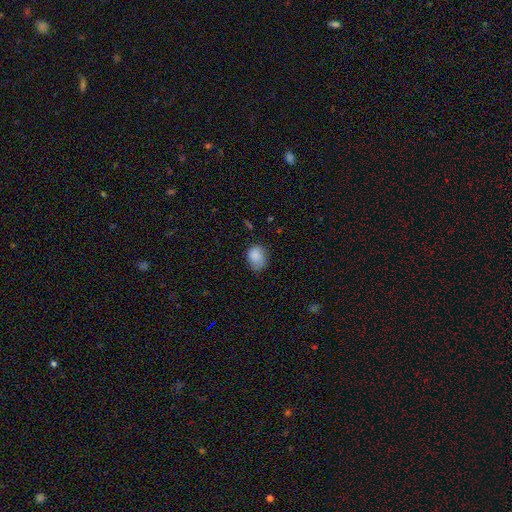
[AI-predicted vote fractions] This is clearly a smooth galaxy (85%). How rounded: likely in between (62%). Merging: possibly none (59%).